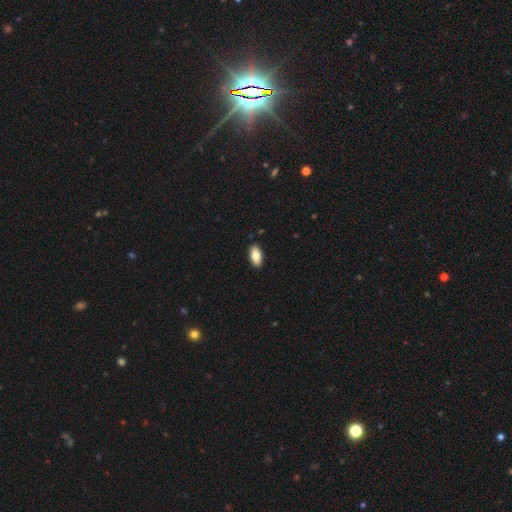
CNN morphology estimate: type=smooth (80%); roundness=in between (91%); merging=none (90%).